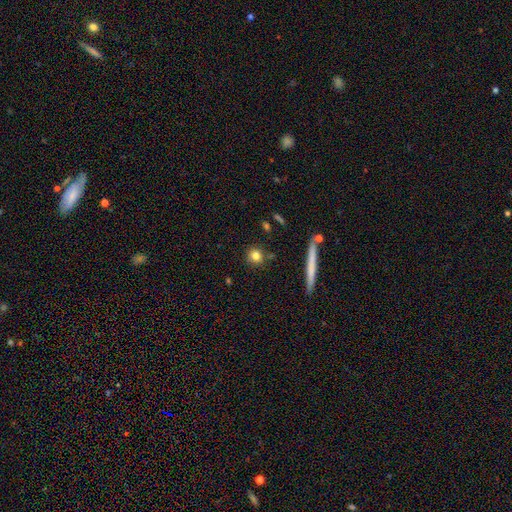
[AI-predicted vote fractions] Q: Smooth or featured?
A: smooth (80%); runner-up: star or artifact (10%)
Q: How rounded?
A: round (88%); runner-up: in between (9%)
Q: Merging?
A: none (86%); runner-up: minor disturbance (8%)